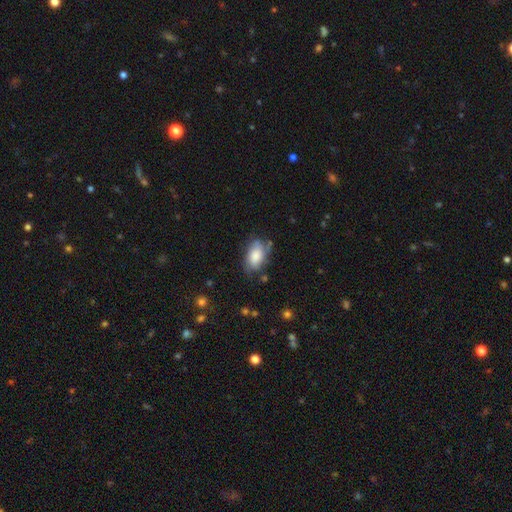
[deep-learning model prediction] Smooth or featured? smooth (71%)
How rounded? in between (91%)
Merging? none (57%)